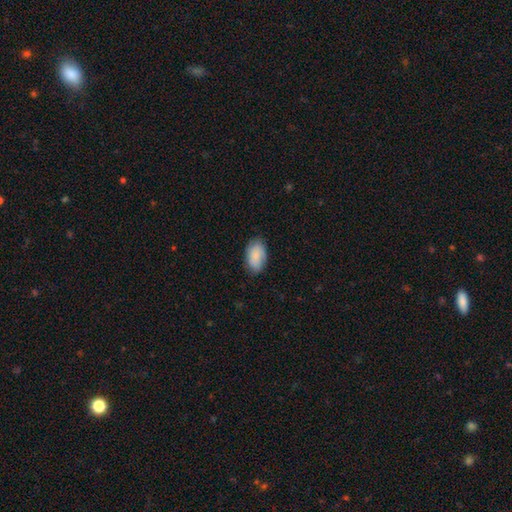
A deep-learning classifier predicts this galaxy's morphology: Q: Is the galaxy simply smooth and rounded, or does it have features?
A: smooth — 85%.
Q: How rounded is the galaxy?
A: in between — 93%.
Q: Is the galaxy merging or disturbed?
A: none — 79%.